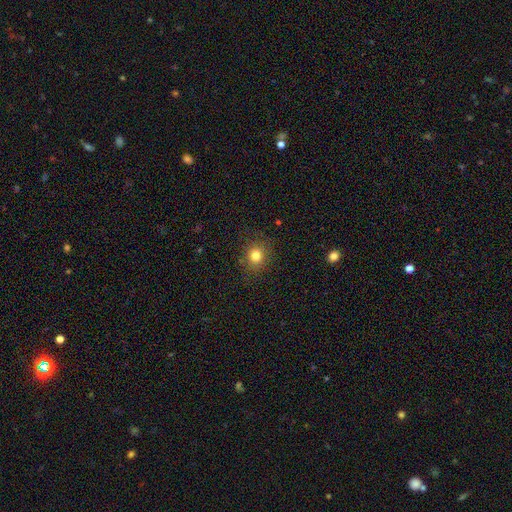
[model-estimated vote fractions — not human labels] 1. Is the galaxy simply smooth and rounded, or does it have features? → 80% smooth, 13% star or artifact, 7% featured or disk.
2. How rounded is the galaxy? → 79% round, 20% in between, 1% cigar-shaped.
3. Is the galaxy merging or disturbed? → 86% none, 9% minor disturbance, 3% major disturbance, 1% merger.